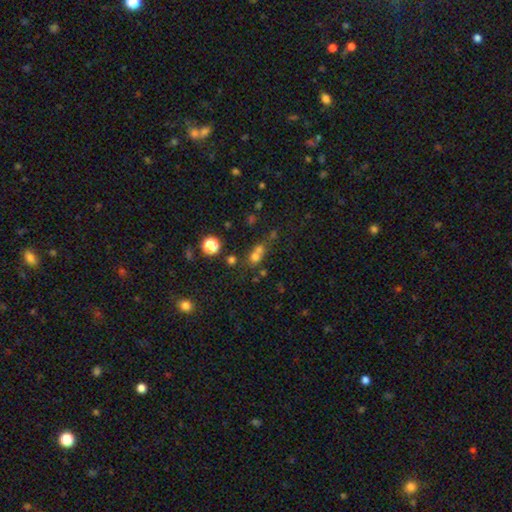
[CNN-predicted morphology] A smooth galaxy with no disk features (60%) that is round (79%). Merging: merger (45%).